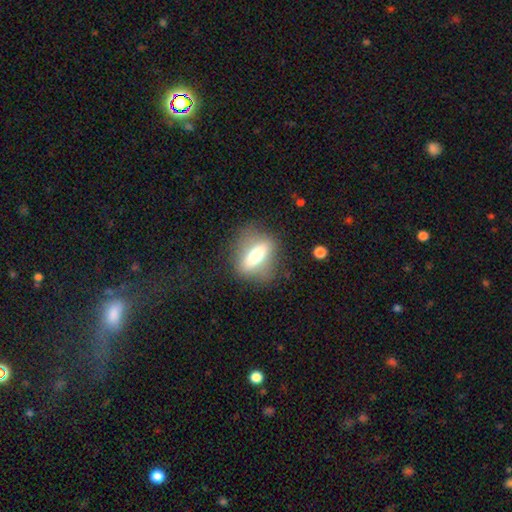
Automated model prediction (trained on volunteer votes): Smooth or featured: smooth — 54% (featured or disk — 38%)
How rounded: in between — 61% (cigar-shaped — 22%)
Merging: none — 77% (minor disturbance — 14%)